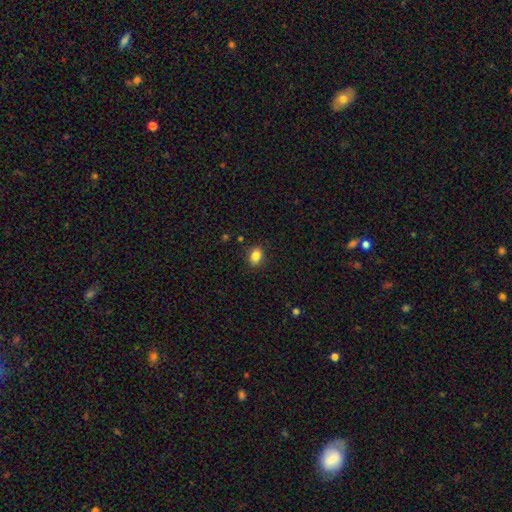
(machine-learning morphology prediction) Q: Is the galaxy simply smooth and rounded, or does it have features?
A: smooth — 84%.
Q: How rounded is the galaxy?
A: in between — 57%.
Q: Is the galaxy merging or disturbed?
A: none — 88%.